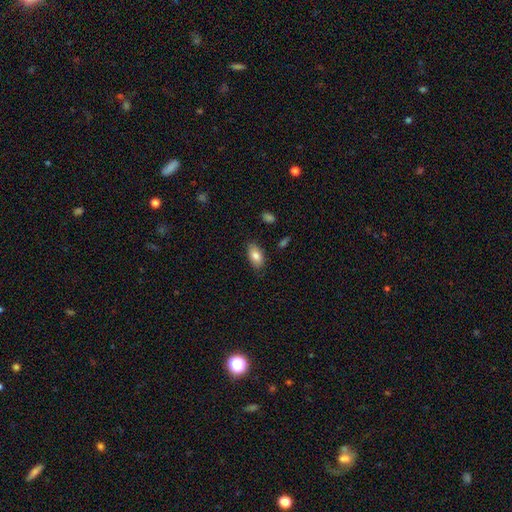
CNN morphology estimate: Smooth or featured: smooth — 81% (featured or disk — 11%)
How rounded: in between — 92% (round — 5%)
Merging: none — 83% (minor disturbance — 13%)